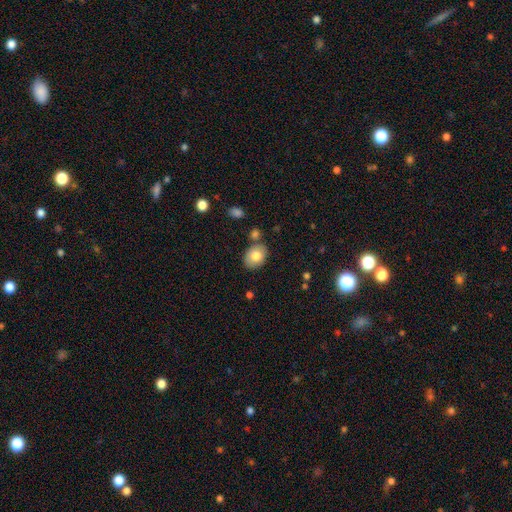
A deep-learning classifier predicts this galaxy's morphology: smooth 79%, featured or disk 14%, star or artifact 7%. Down the decision tree: how rounded — in between (72%); merging — none (77%).